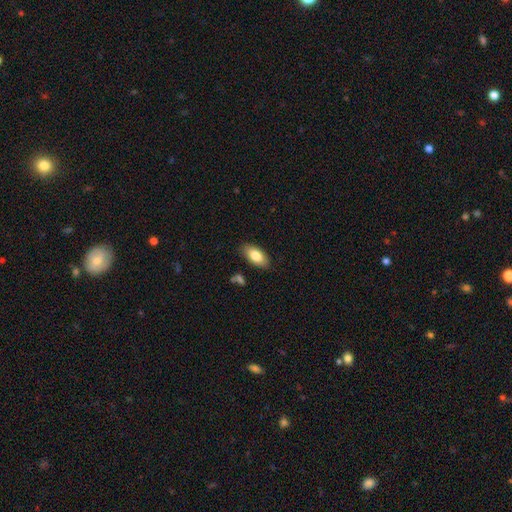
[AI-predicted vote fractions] Smooth or featured? smooth (81%)
How rounded? in between (91%)
Merging? none (86%)